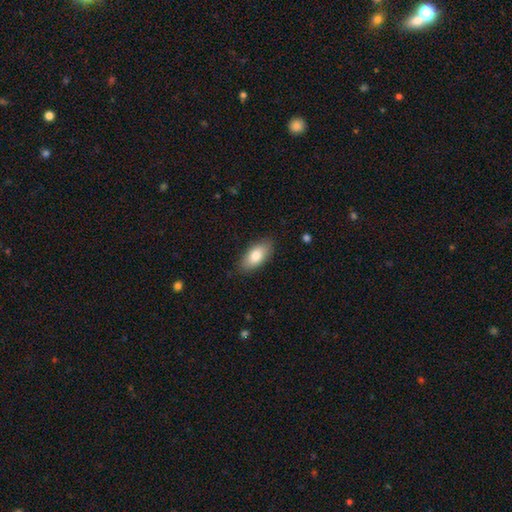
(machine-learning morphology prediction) smooth-or-featured: smooth: 80% | featured or disk: 14% | star or artifact: 6%
  how-rounded: in between: 89% | cigar-shaped: 8% | round: 3%
  merging: none: 84% | minor disturbance: 12% | major disturbance: 2% | merger: 1%